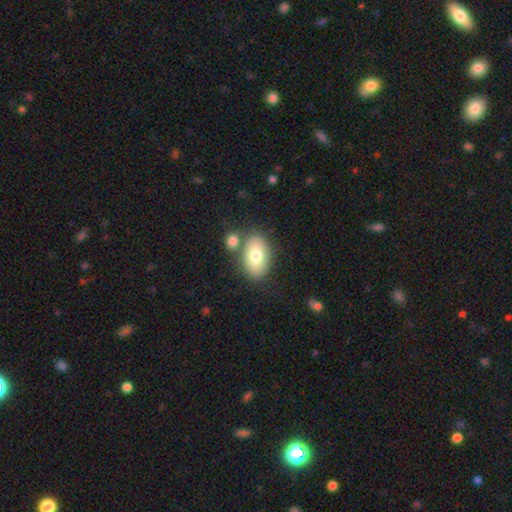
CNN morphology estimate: Smooth or featured?
  - smooth: 76% *
  - featured or disk: 17%
  - star or artifact: 7%
How rounded?
  - in between: 89% *
  - round: 9%
  - cigar-shaped: 1%
Merging?
  - none: 67% *
  - merger: 18%
  - minor disturbance: 12%
  - major disturbance: 4%